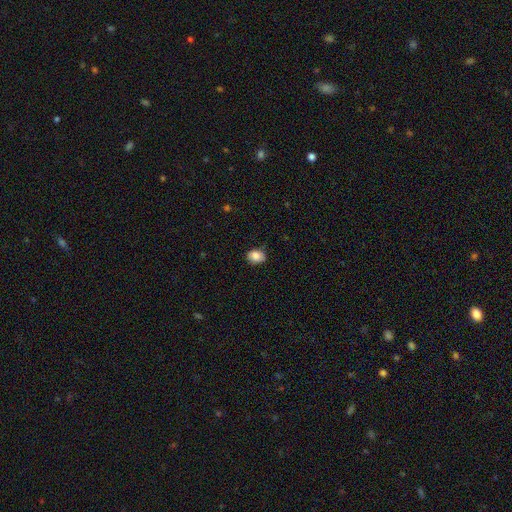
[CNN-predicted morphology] Smooth or featured? Predicted: smooth (p=0.86). How rounded? Predicted: in between (p=0.64). Merging? Predicted: none (p=0.83).